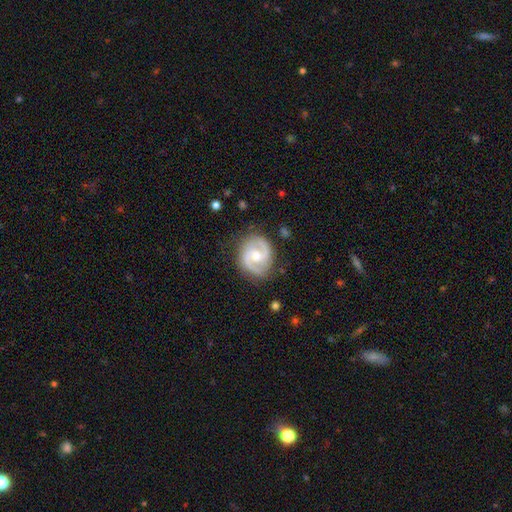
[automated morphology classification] This is clearly a featured or disk galaxy (90%). It is clearly not viewed edge-on (98%). Bar: possibly weak (47%). Spiral arm pattern: clearly yes (98%). Spiral arm count: clearly 2 (93%). Spiral winding: possibly medium (57%). Central bulge: likely moderate (63%). Merging: clearly none (82%).